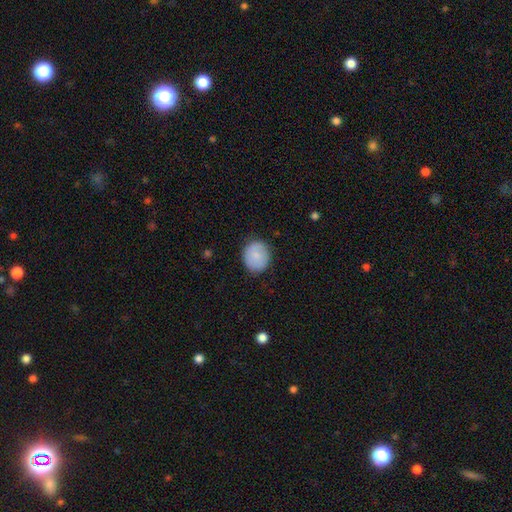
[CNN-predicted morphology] type=smooth (80%); roundness=round (75%); merging=none (82%).